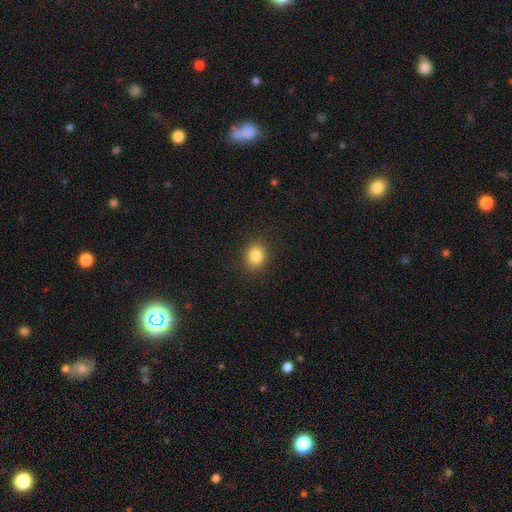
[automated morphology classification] smooth_or_featured: smooth (p=0.84) [alt: star or artifact p=0.10]
how_rounded: round (p=0.54) [alt: in between p=0.45]
merging: none (p=0.89) [alt: minor disturbance p=0.08]